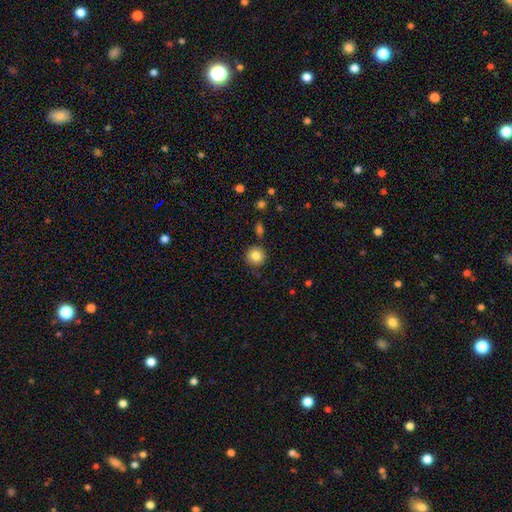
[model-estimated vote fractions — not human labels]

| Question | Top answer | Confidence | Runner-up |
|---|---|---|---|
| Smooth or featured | smooth | 84% | star or artifact (9%) |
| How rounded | round | 93% | in between (6%) |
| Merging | none | 83% | minor disturbance (11%) |